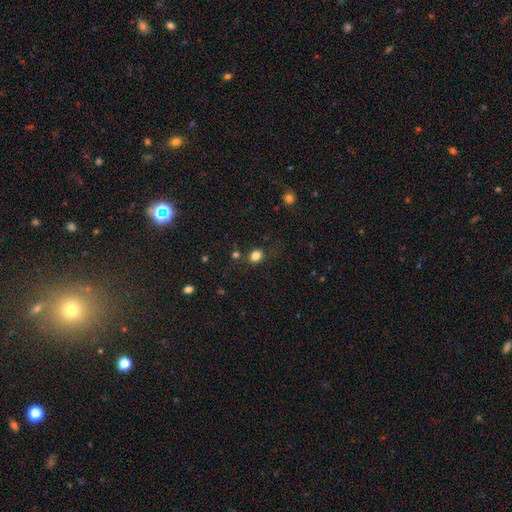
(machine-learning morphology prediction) Smooth or featured?
  - smooth: 82% *
  - star or artifact: 13%
  - featured or disk: 5%
How rounded?
  - round: 61% *
  - in between: 38%
  - cigar-shaped: 1%
Merging?
  - none: 73% *
  - minor disturbance: 15%
  - merger: 7%
  - major disturbance: 6%